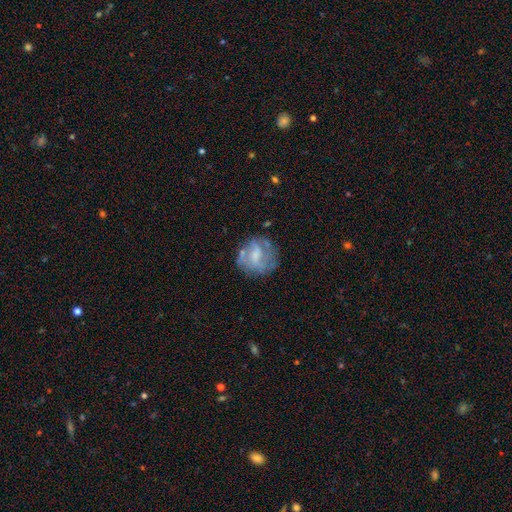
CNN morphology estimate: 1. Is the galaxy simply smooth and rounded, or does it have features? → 58% featured or disk, 34% smooth, 9% star or artifact.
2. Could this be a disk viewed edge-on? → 97% no, 3% yes.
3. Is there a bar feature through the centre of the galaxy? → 44% weak, 42% no, 14% strong.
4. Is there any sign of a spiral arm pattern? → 55% yes, 45% no.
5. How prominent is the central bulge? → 38% moderate, 29% small, 25% none, 7% large, 1% dominant.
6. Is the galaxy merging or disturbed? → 57% none, 22% minor disturbance, 16% major disturbance, 5% merger.